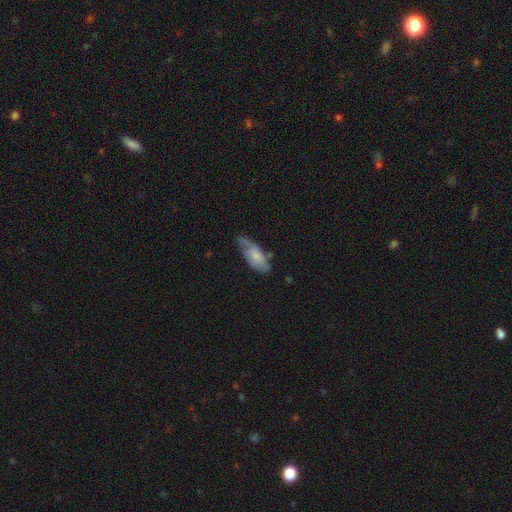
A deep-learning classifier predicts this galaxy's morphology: type=smooth (60%); roundness=in between (78%); merging=none (52%).